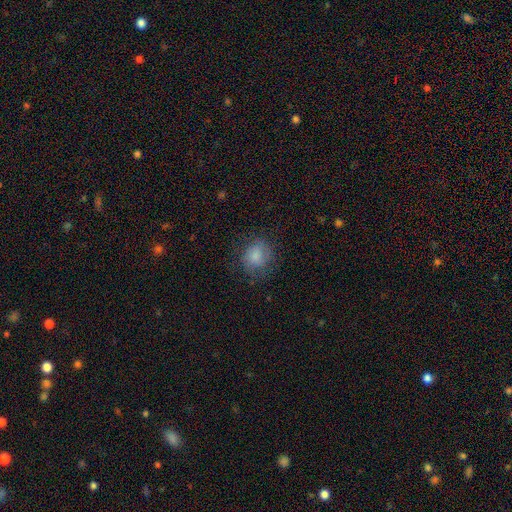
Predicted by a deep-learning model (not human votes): Smooth or featured: smooth — 80% (featured or disk — 11%)
How rounded: round — 70% (in between — 29%)
Merging: none — 69% (minor disturbance — 20%)